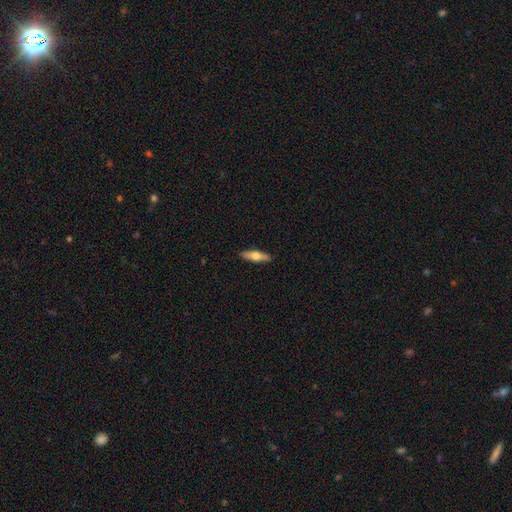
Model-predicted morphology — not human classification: smooth_or_featured: smooth (p=0.58) [alt: featured or disk p=0.36]
how_rounded: cigar-shaped (p=0.61) [alt: in between p=0.37]
merging: none (p=0.90) [alt: minor disturbance p=0.07]